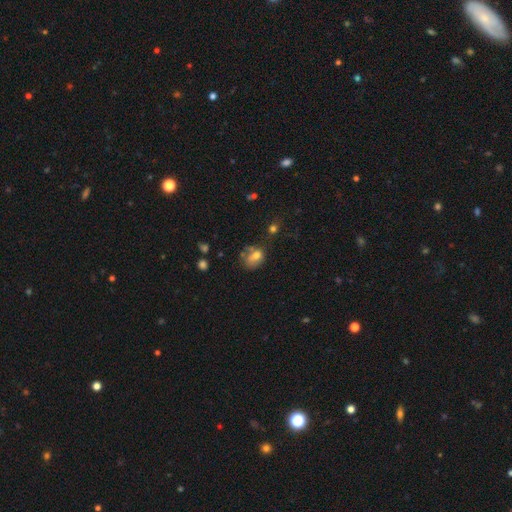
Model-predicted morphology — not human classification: smooth_or_featured: smooth (p=0.63) [alt: featured or disk p=0.24]
how_rounded: in between (p=0.55) [alt: round p=0.43]
merging: none (p=0.36) [alt: minor disturbance p=0.26]